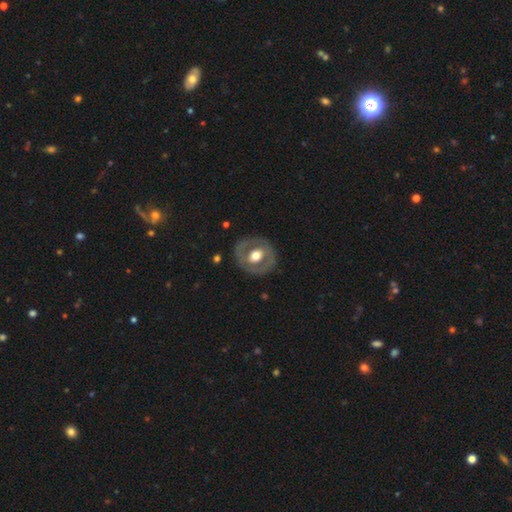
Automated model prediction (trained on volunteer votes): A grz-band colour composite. It shows a featured or disk galaxy (58%) with no bar (71%), no spiral arms (83%) and a moderate central bulge (60%). Merging: none (82%).